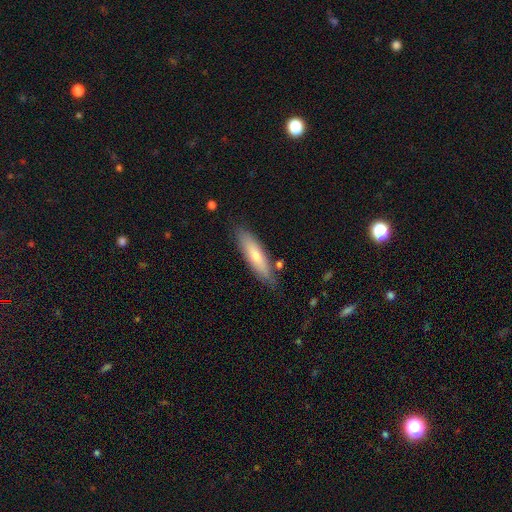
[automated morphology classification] smooth-or-featured: smooth: 66% | featured or disk: 28% | star or artifact: 6%
  how-rounded: cigar-shaped: 69% | in between: 29% | round: 2%
  merging: none: 81% | minor disturbance: 14% | merger: 3% | major disturbance: 3%